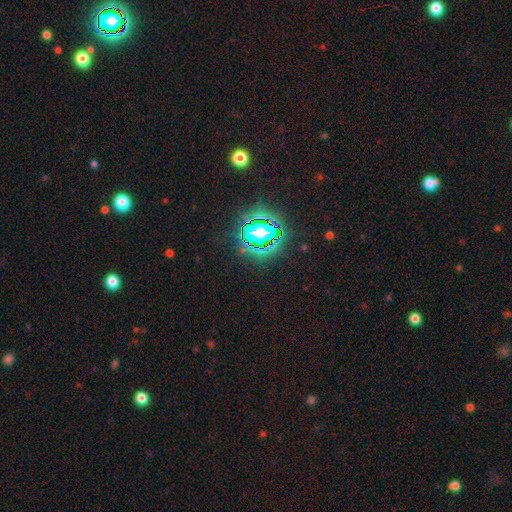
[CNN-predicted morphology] smooth_or_featured: star or artifact (p=0.84) [alt: smooth p=0.10]